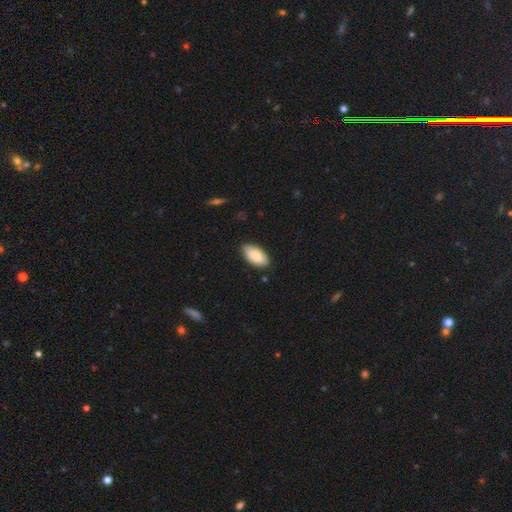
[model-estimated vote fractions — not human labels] Smooth or featured: smooth — 84% (featured or disk — 10%)
How rounded: in between — 94% (cigar-shaped — 4%)
Merging: none — 84% (minor disturbance — 13%)